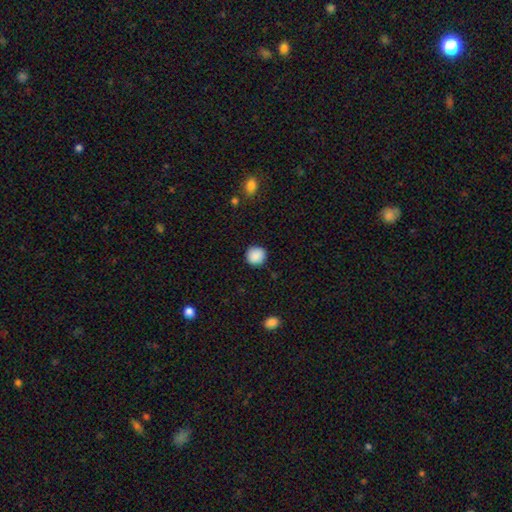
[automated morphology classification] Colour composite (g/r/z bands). It shows a smooth galaxy with no disk features (89%) that is round (92%). Merging: none (89%).